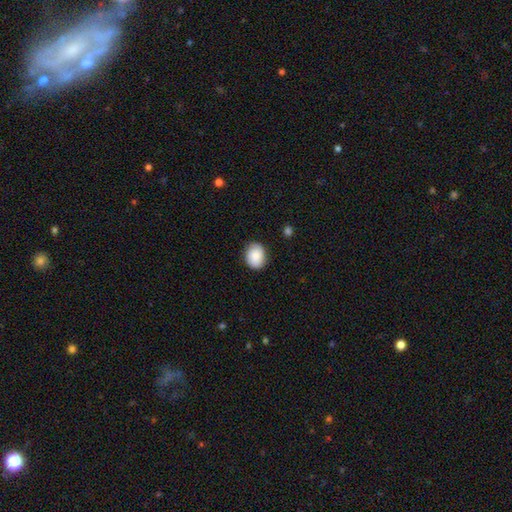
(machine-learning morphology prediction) smooth 80%, featured or disk 13%, star or artifact 7%. Down the decision tree: how rounded — in between (50%); merging — none (82%).